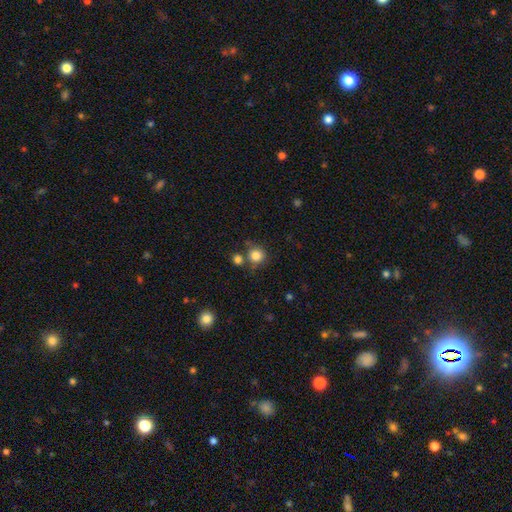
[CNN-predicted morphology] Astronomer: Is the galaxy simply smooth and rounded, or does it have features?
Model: smooth — 83%.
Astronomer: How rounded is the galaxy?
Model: round — 89%.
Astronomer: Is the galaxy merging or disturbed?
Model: none — 67%.